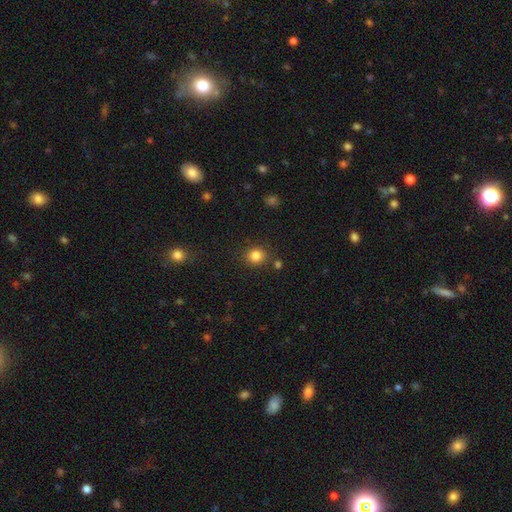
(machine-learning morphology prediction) smooth_or_featured: smooth (p=0.84) [alt: star or artifact p=0.11]
how_rounded: round (p=0.81) [alt: in between p=0.18]
merging: none (p=0.84) [alt: minor disturbance p=0.09]